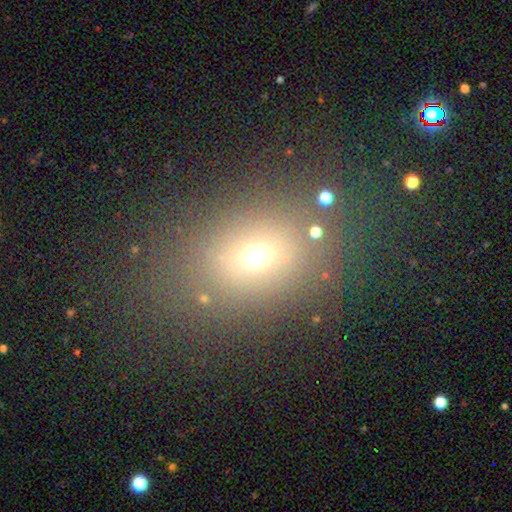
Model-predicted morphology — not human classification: Q: Smooth or featured?
A: smooth (64%); runner-up: star or artifact (24%)
Q: How rounded?
A: in between (56%); runner-up: round (43%)
Q: Merging?
A: none (75%); runner-up: minor disturbance (12%)